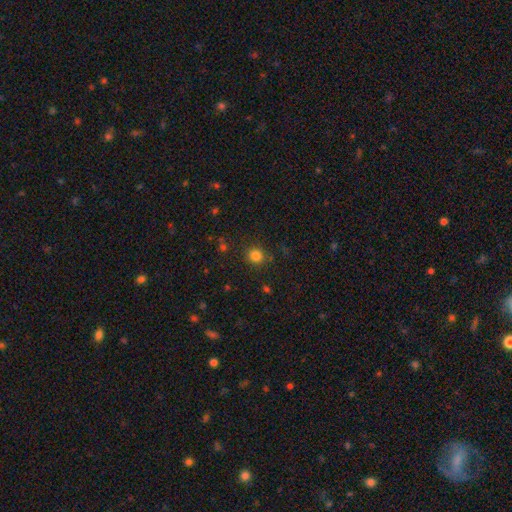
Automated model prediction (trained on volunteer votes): Smooth or featured? smooth (81%)
How rounded? round (85%)
Merging? none (84%)